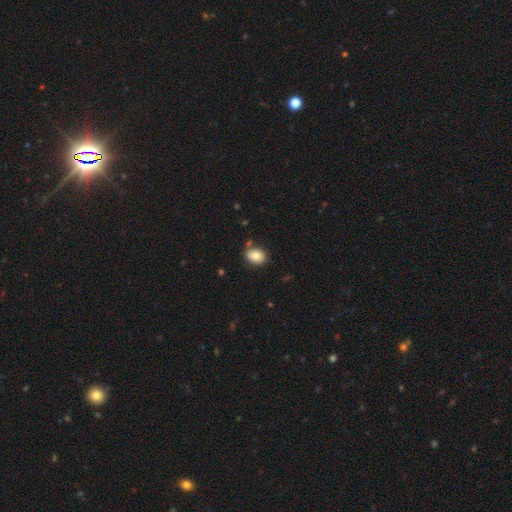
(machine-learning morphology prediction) smooth 81%, featured or disk 10%, star or artifact 9%. Down the decision tree: how rounded — in between (64%); merging — none (77%).